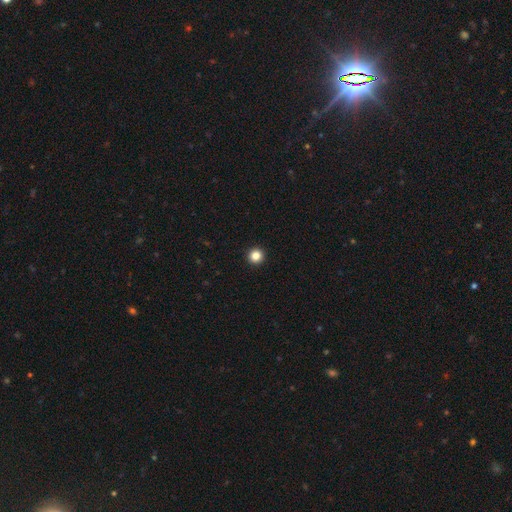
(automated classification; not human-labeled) Smooth or featured: smooth — 84% (star or artifact — 12%)
How rounded: round — 96% (in between — 3%)
Merging: none — 95% (minor disturbance — 3%)